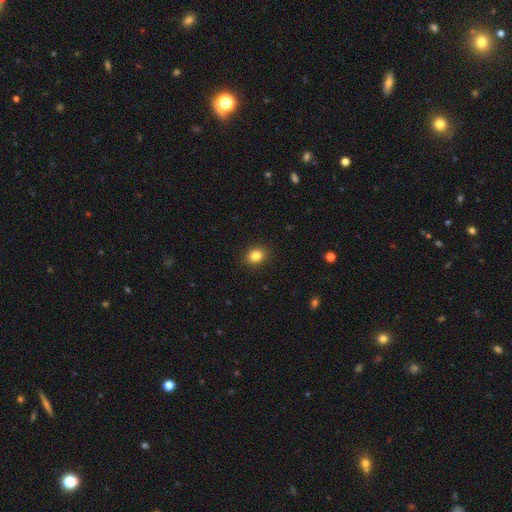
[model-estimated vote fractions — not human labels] Smooth or featured? smooth (84%)
How rounded? round (52%)
Merging? none (90%)